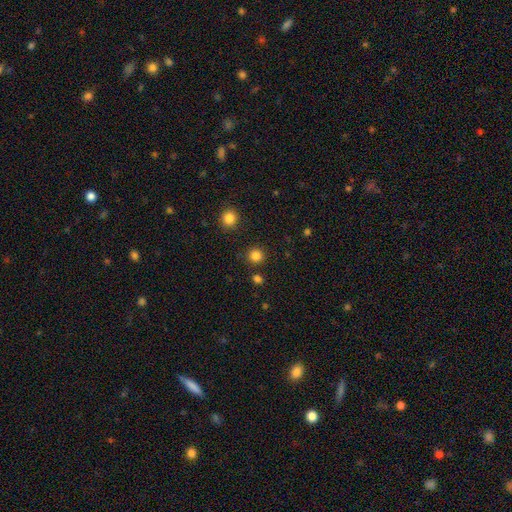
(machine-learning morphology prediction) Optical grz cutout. It shows a smooth galaxy with no disk features (84%) that is round (93%). Merging: none (88%).